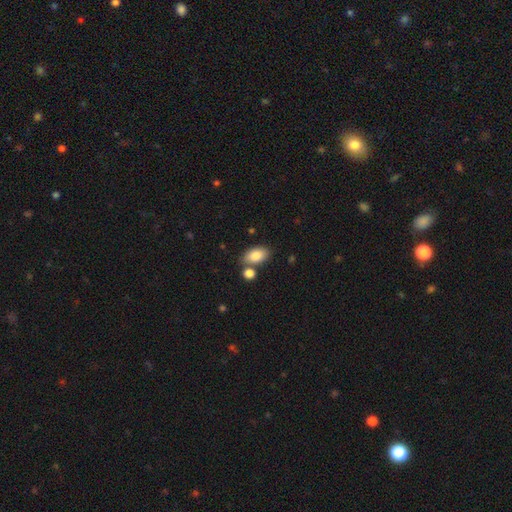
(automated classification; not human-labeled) Smooth or featured?
  - smooth: 84% *
  - featured or disk: 8%
  - star or artifact: 7%
How rounded?
  - in between: 92% *
  - round: 6%
  - cigar-shaped: 2%
Merging?
  - none: 69% *
  - merger: 17%
  - minor disturbance: 11%
  - major disturbance: 3%